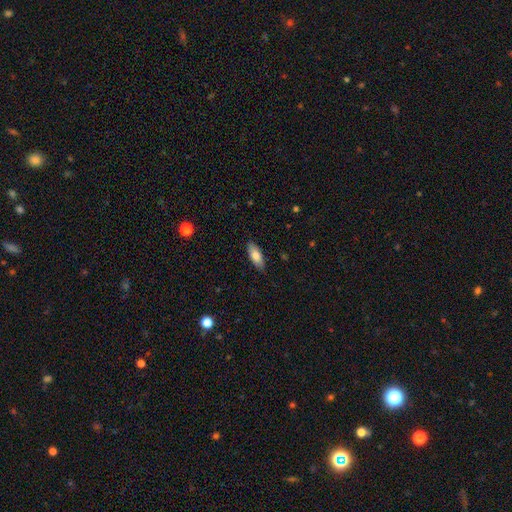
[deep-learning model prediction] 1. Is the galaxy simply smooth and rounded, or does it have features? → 79% smooth, 15% featured or disk, 6% star or artifact.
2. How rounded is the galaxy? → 75% in between, 23% cigar-shaped, 2% round.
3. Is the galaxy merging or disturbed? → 85% none, 12% minor disturbance, 2% major disturbance, 1% merger.